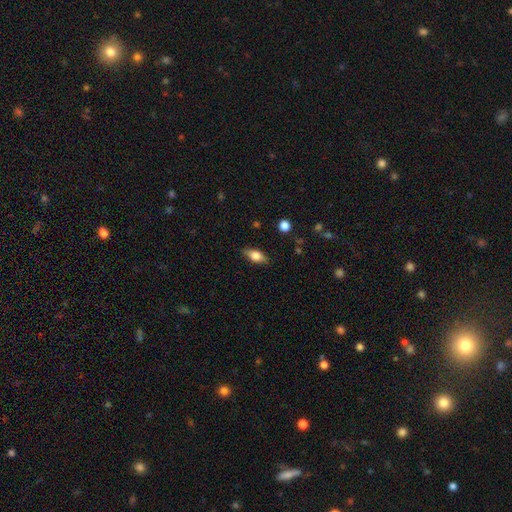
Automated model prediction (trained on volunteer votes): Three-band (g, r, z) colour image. It shows a smooth galaxy with no disk features (69%) that is in between round and cigar-shaped (81%). Merging: none (84%).